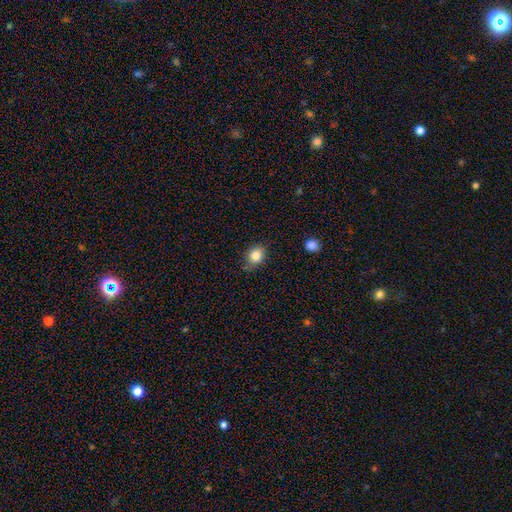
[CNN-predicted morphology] This is clearly a smooth galaxy (83%). How rounded: possibly round (55%). Merging: likely none (75%).